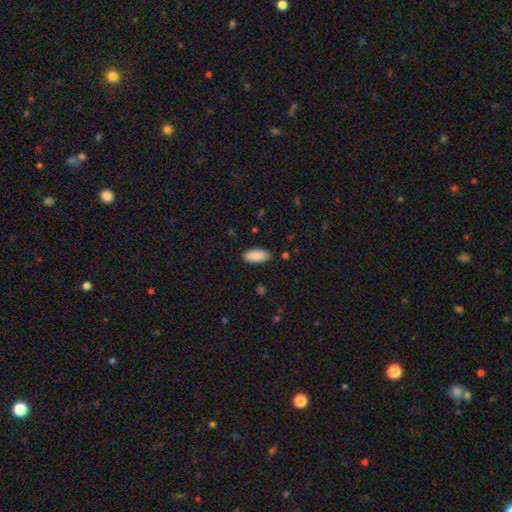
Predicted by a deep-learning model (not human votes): smooth_or_featured: smooth (p=0.90) [alt: star or artifact p=0.06]
how_rounded: in between (p=0.85) [alt: cigar-shaped p=0.14]
merging: none (p=0.88) [alt: minor disturbance p=0.09]